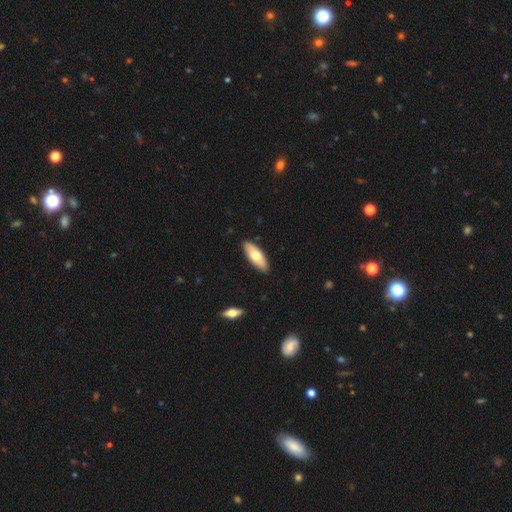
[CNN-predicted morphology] Smooth or featured: smooth — 66% (featured or disk — 29%)
How rounded: in between — 73% (cigar-shaped — 25%)
Merging: none — 89% (minor disturbance — 8%)